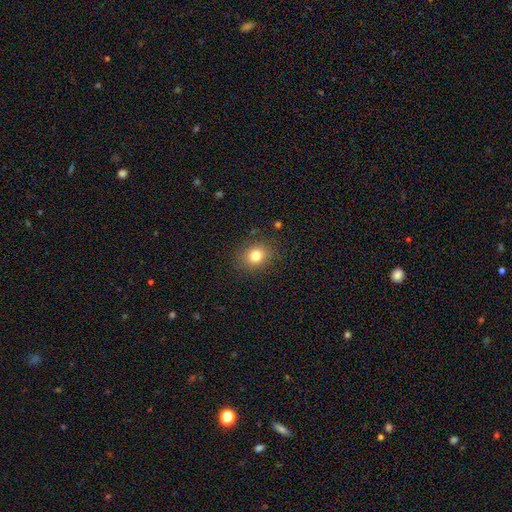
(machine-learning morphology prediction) smooth 80%, star or artifact 12%, featured or disk 8%. Down the decision tree: how rounded — round (63%); merging — none (86%).